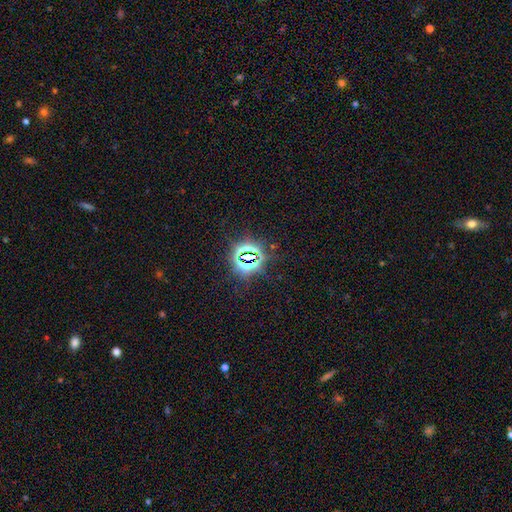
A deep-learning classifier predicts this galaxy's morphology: type=star or artifact (81%).